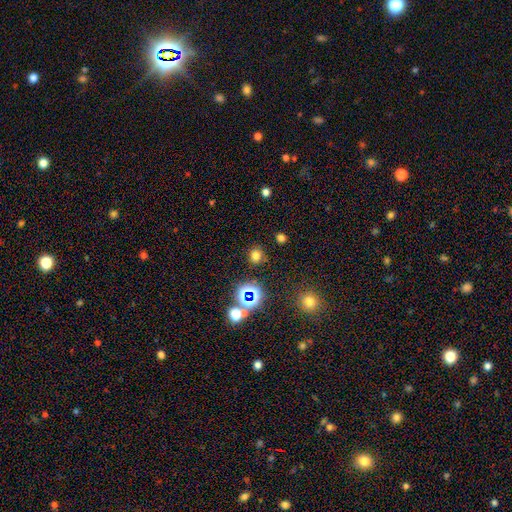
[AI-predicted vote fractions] This is likely a smooth galaxy (69%). How rounded: clearly round (86%). Merging: clearly none (86%).